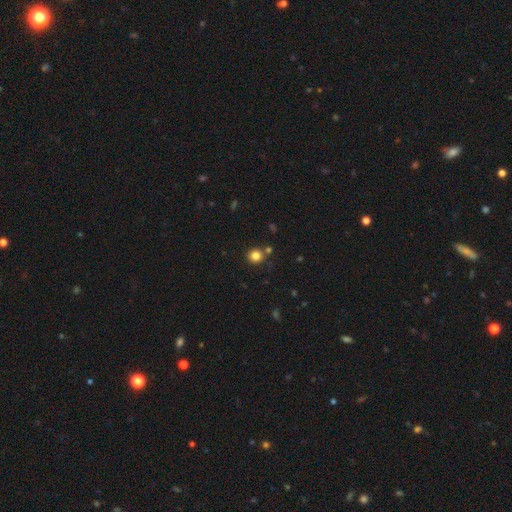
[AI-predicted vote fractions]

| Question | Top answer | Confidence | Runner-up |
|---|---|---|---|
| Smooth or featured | smooth | 82% | star or artifact (13%) |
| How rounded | round | 90% | in between (9%) |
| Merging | none | 81% | merger (9%) |